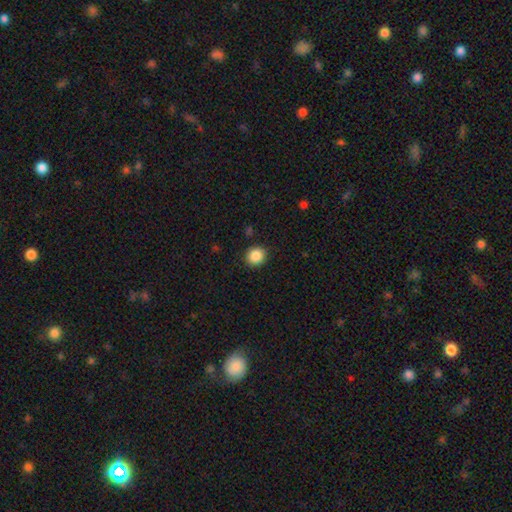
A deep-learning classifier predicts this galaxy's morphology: type=smooth (87%); roundness=round (83%); merging=none (90%).